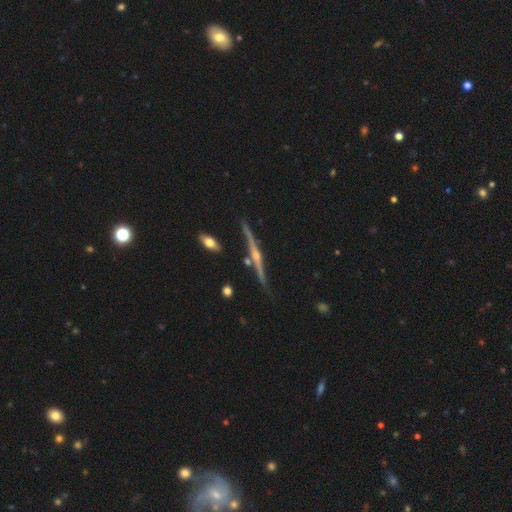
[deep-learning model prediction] This is clearly a featured or disk galaxy (86%). It is clearly viewed edge-on (98%). Edge-on bulge: clearly rounded (85%). Merging: clearly none (84%).